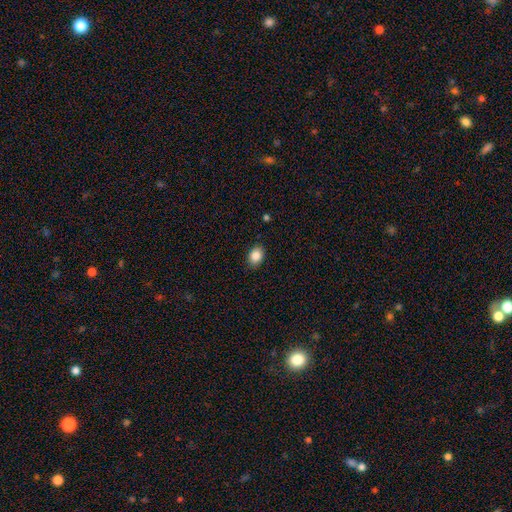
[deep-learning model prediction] This is clearly a smooth galaxy (86%). How rounded: likely in between (70%). Merging: clearly none (89%).